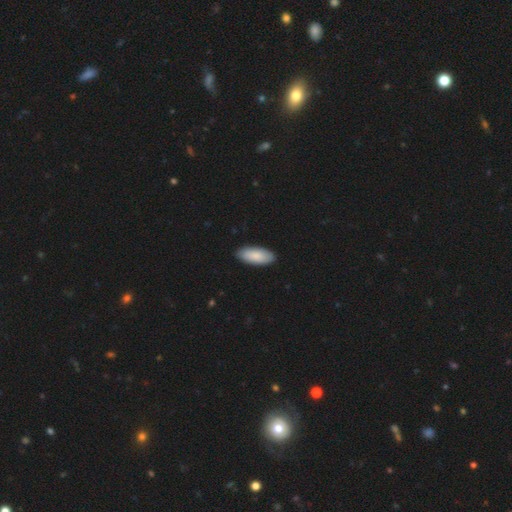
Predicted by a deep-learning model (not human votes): A smooth galaxy with no disk features (88%) that is in between round and cigar-shaped (88%). Merging: none (90%).